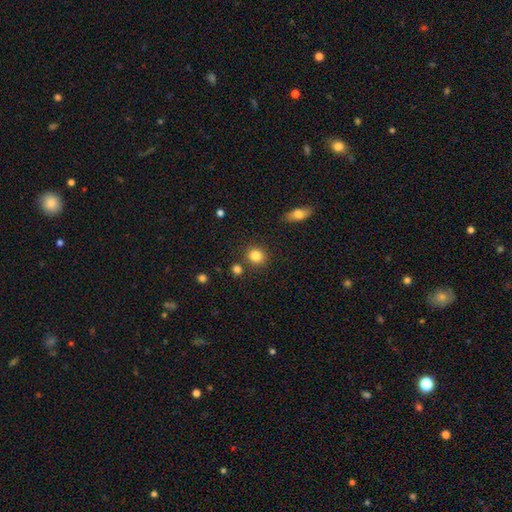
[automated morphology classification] This is clearly a smooth galaxy (84%). How rounded: clearly round (85%). Merging: clearly none (83%).